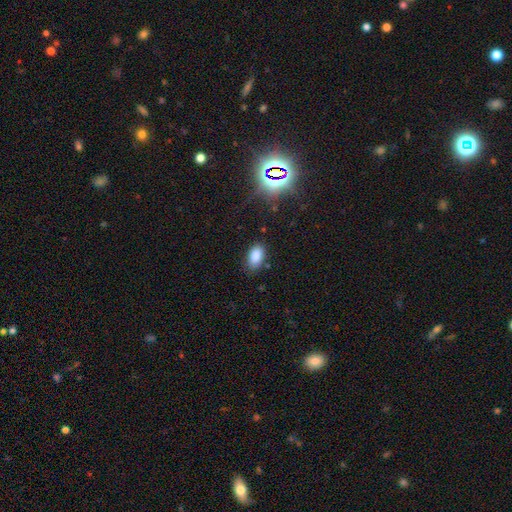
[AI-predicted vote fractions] Smooth or featured? Predicted: smooth (p=0.84). How rounded? Predicted: in between (p=0.91). Merging? Predicted: none (p=0.81).